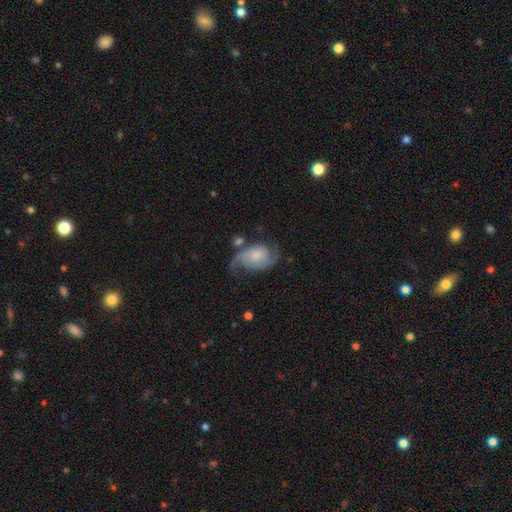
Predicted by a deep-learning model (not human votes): Q: Smooth or featured?
A: featured or disk (79%); runner-up: smooth (15%)
Q: Edge-on disk?
A: no (97%); runner-up: yes (3%)
Q: Bar?
A: no (69%); runner-up: weak (26%)
Q: Spiral arms?
A: yes (95%); runner-up: no (5%)
Q: Spiral winding?
A: loose (47%); runner-up: medium (39%)
Q: Spiral arm count?
A: 2 (88%); runner-up: 1 (4%)
Q: Bulge size?
A: small (42%); runner-up: moderate (31%)
Q: Merging?
A: none (53%); runner-up: minor disturbance (23%)